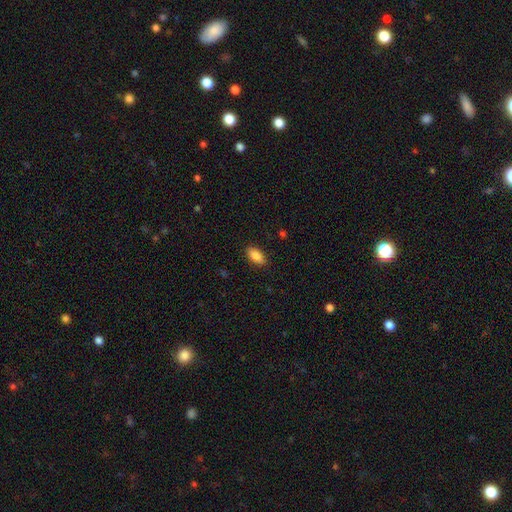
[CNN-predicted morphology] Smooth or featured?
  - smooth: 87% *
  - star or artifact: 7%
  - featured or disk: 6%
How rounded?
  - in between: 88% *
  - cigar-shaped: 10%
  - round: 3%
Merging?
  - none: 87% *
  - minor disturbance: 10%
  - major disturbance: 2%
  - merger: 1%